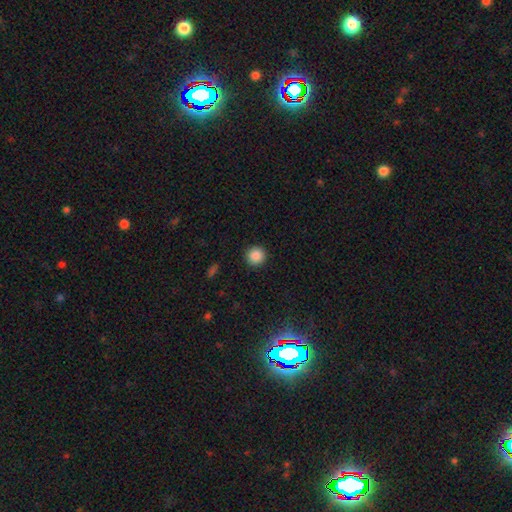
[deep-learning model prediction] Smooth or featured: smooth — 87% (star or artifact — 10%)
How rounded: round — 95% (in between — 4%)
Merging: none — 93% (minor disturbance — 5%)